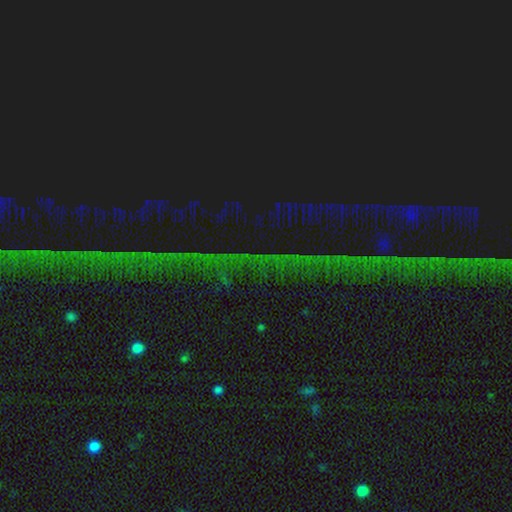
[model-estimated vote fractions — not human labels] Morphology: type=star or artifact (86%).